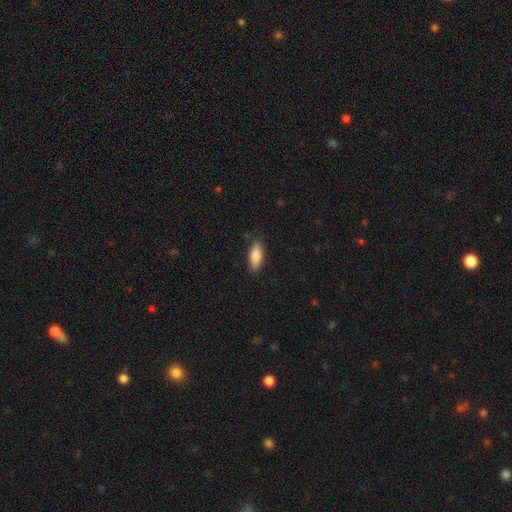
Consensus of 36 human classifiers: This appears to be a smooth galaxy with no disk features (83%) that is in between round and cigar-shaped (63%). Merging: none (91%).